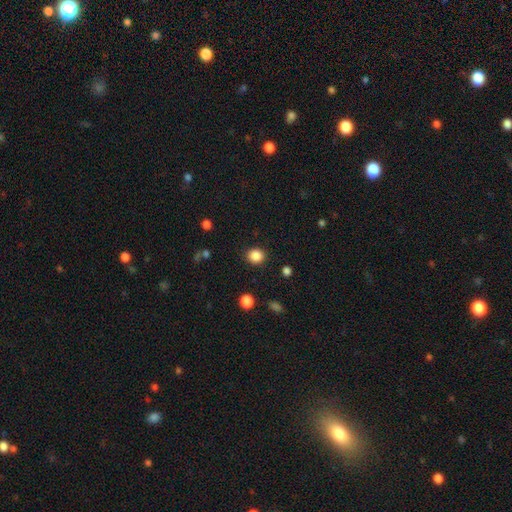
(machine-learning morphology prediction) A smooth galaxy with no disk features (86%) that is round (79%).

Vote fractions:
- Smooth or featured? smooth: 86% / star or artifact: 10% / featured or disk: 3%
- How rounded? round: 79% / in between: 20% / cigar-shaped: 1%
- Merging? none: 89% / minor disturbance: 7% / major disturbance: 3% / merger: 1%